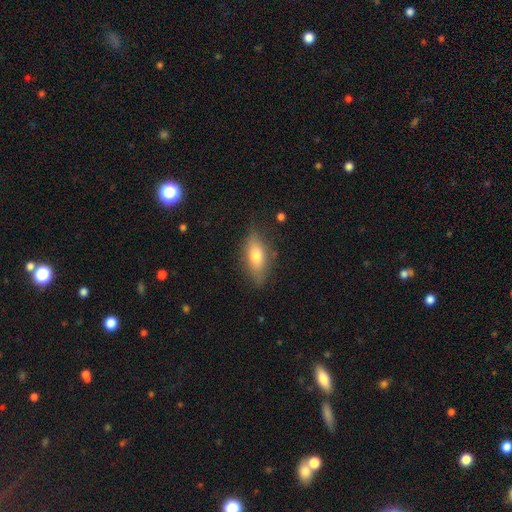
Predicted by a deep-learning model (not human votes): Overall: smooth (72%). How rounded: in between (79%). Merging: none (77%).